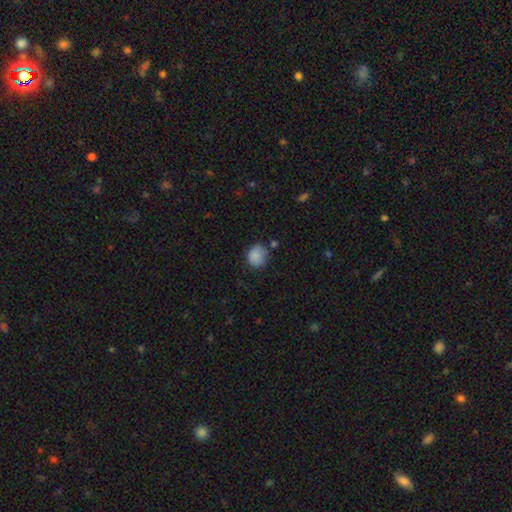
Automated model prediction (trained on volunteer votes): smooth-or-featured: smooth: 85% | star or artifact: 9% | featured or disk: 5%
  how-rounded: round: 70% | in between: 29% | cigar-shaped: 1%
  merging: none: 66% | minor disturbance: 24% | major disturbance: 6% | merger: 4%